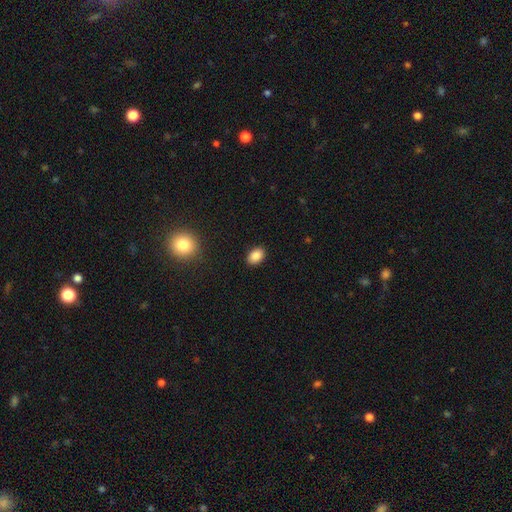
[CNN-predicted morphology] A smooth galaxy with no disk features (87%) that is in between round and cigar-shaped (84%). Merging: none (89%).